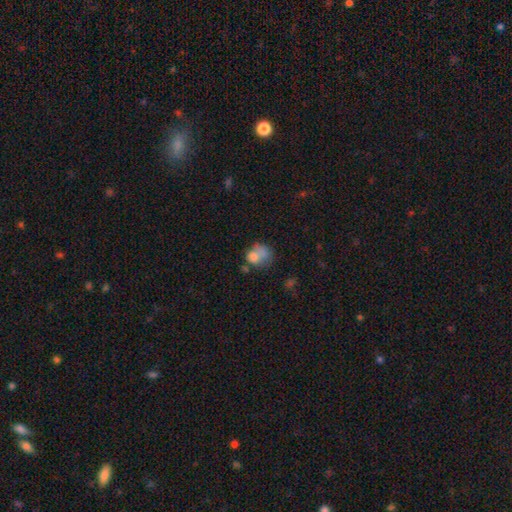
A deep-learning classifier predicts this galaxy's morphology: smooth-or-featured: smooth: 70% | featured or disk: 18% | star or artifact: 11%
  how-rounded: round: 57% | in between: 42% | cigar-shaped: 1%
  merging: none: 31% | merger: 24% | minor disturbance: 24% | major disturbance: 22%